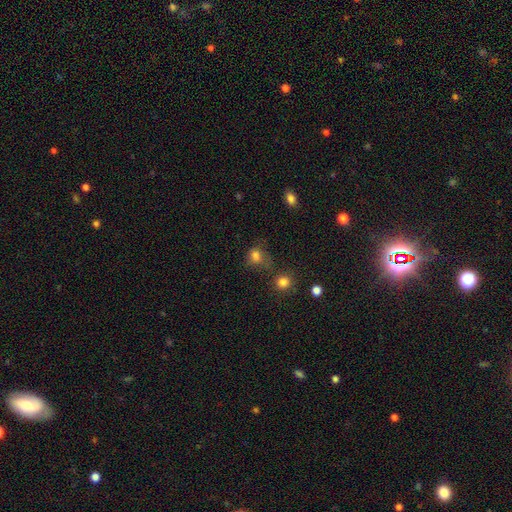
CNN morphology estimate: The model was most divided on "merging": none: 49%, minor disturbance: 22%, merger: 15%, major disturbance: 13%. More confident: smooth or featured — smooth (76%); how rounded — round (64%).